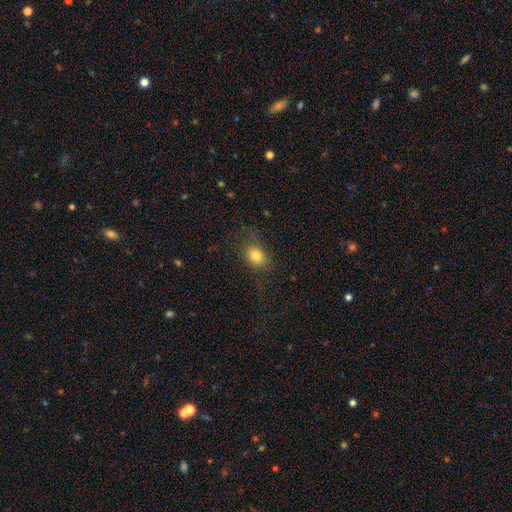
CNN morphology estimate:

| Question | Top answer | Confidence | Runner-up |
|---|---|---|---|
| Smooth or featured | smooth | 80% | star or artifact (11%) |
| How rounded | in between | 58% | round (40%) |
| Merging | none | 72% | minor disturbance (17%) |